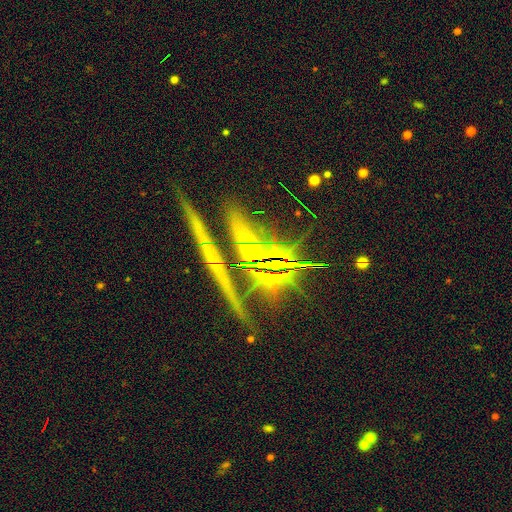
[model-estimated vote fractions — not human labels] This is possibly a star or artifact rather than a galaxy (47%).